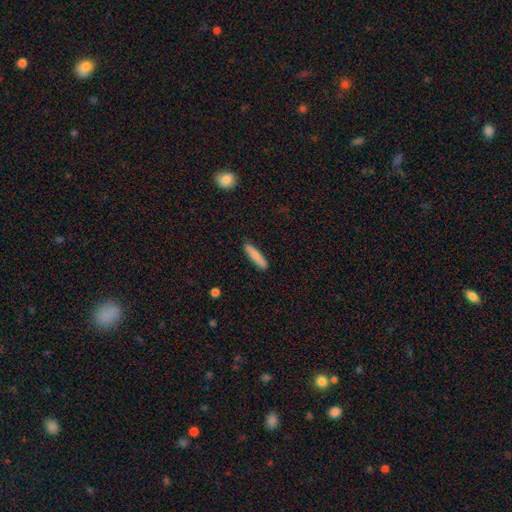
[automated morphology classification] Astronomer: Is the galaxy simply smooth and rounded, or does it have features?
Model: smooth — 84%.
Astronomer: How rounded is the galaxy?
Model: cigar-shaped — 88%.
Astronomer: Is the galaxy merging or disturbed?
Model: none — 89%.